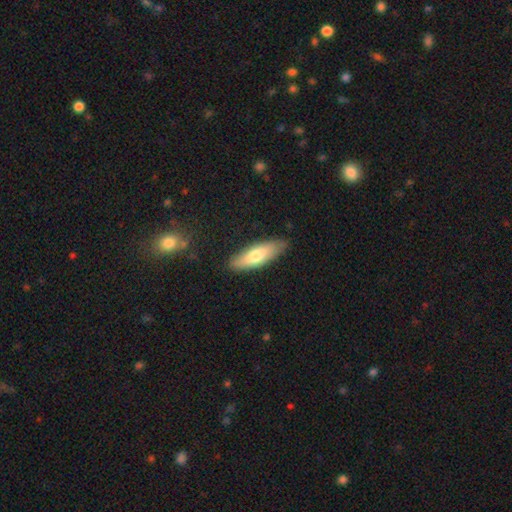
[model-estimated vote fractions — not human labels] smooth 69%, featured or disk 26%, star or artifact 6%. Down the decision tree: how rounded — in between (53%); merging — none (83%).